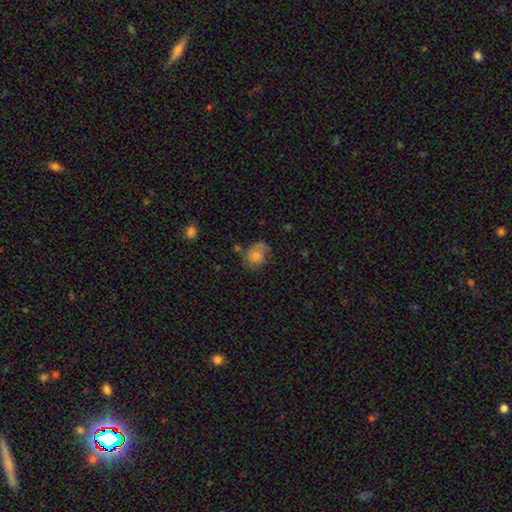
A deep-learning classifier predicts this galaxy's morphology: type=smooth (67%); roundness=round (56%); merging=none (57%).